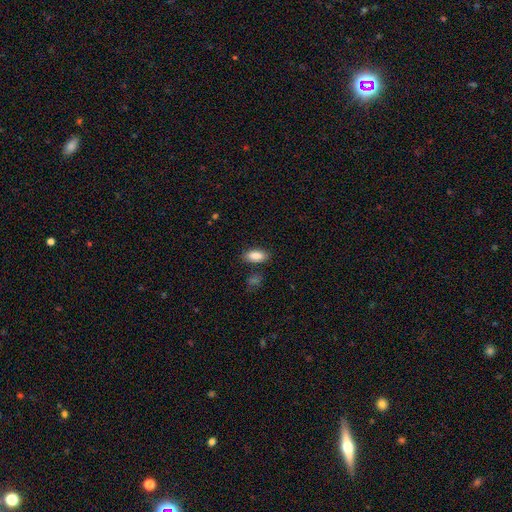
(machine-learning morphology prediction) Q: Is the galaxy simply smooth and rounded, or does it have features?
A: smooth — 87%.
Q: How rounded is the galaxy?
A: in between — 87%.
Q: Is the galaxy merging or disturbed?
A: none — 82%.